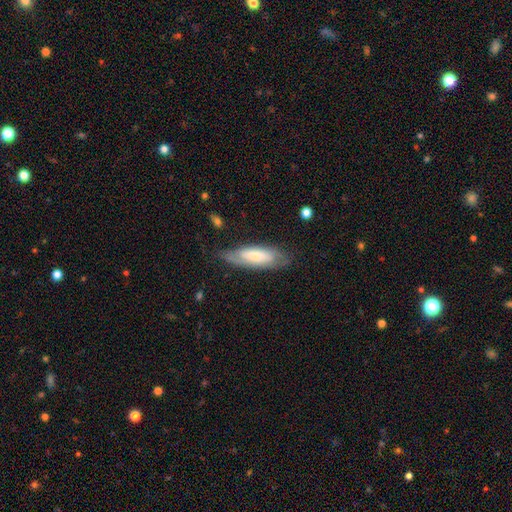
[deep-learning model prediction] This is possibly a smooth galaxy (54%). How rounded: possibly in between (55%). Merging: likely none (67%).